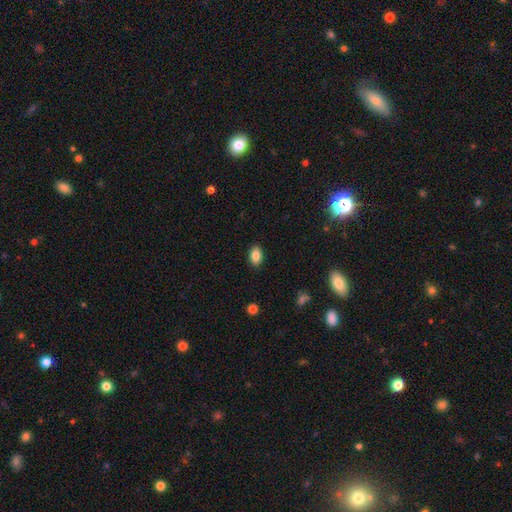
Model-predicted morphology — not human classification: smooth-or-featured: smooth: 84% | star or artifact: 8% | featured or disk: 7%
  how-rounded: in between: 87% | round: 11% | cigar-shaped: 1%
  merging: none: 89% | minor disturbance: 8% | major disturbance: 2% | merger: 1%